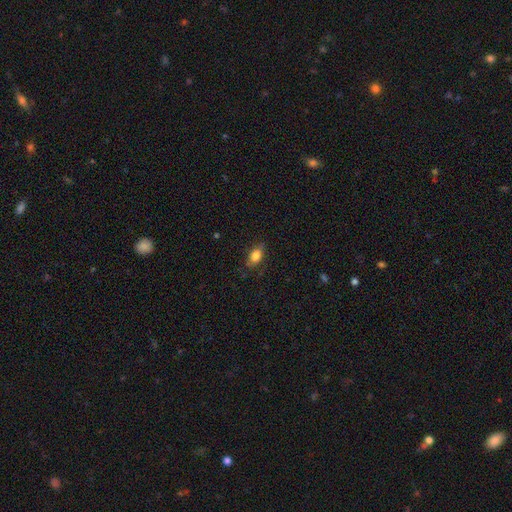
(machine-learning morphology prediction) Overall: smooth (80%). How rounded: in between (85%). Merging: none (74%).